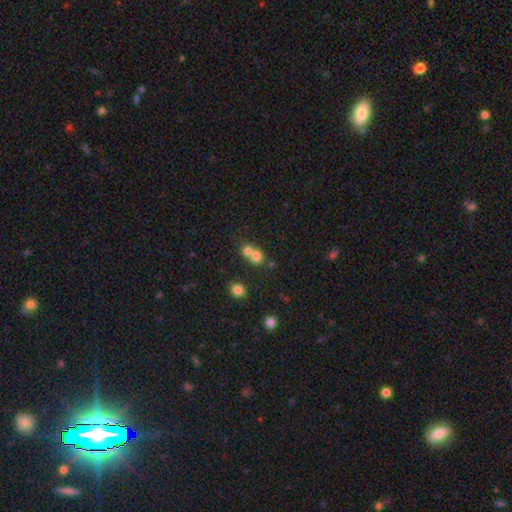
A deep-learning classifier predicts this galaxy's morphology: A smooth galaxy with no disk features (75%) that is round (77%).

Vote fractions:
- Smooth or featured? smooth: 75% / star or artifact: 13% / featured or disk: 12%
- How rounded? round: 77% / in between: 22% / cigar-shaped: 1%
- Merging? merger: 61% / none: 32% / minor disturbance: 5% / major disturbance: 3%